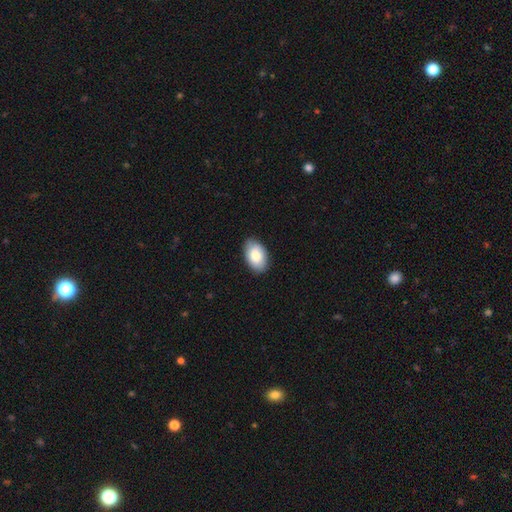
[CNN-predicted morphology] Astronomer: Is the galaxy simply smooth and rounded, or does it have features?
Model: smooth — 84%.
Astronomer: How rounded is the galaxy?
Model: in between — 93%.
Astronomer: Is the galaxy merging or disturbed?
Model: none — 86%.